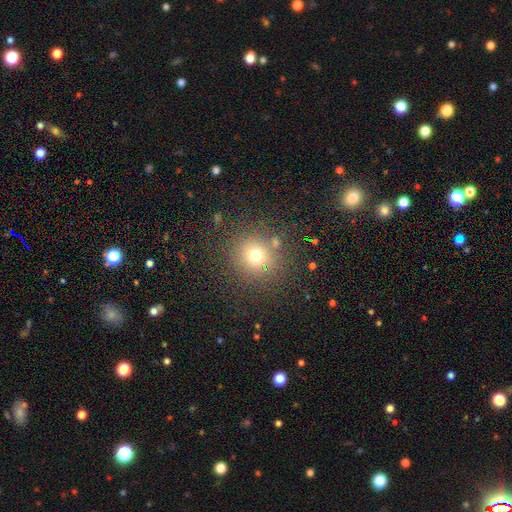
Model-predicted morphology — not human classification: Overall: smooth (69%). How rounded: round (92%). Merging: none (82%).